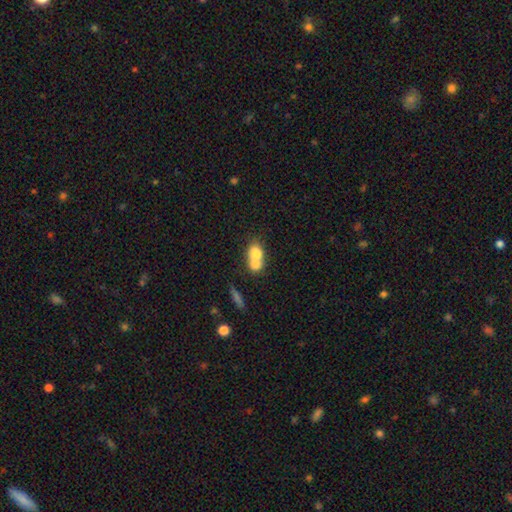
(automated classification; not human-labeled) smooth 72%, featured or disk 19%, star or artifact 9%. Down the decision tree: how rounded — in between (55%); merging — merger (70%).